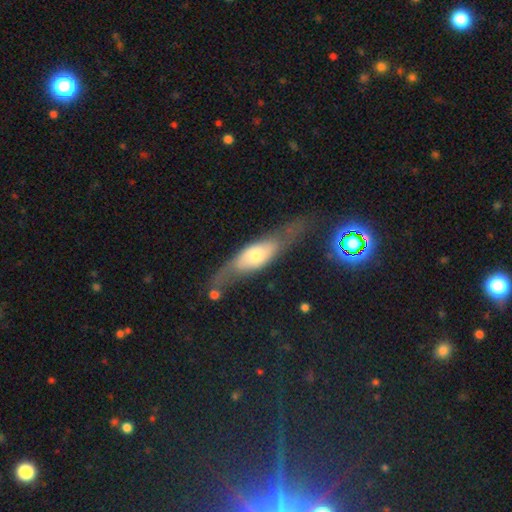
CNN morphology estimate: Overall: featured or disk (56%; smooth 38%). Edge-on disk: yes (52%; no 48%). Merging: none (54%; minor disturbance 23%).